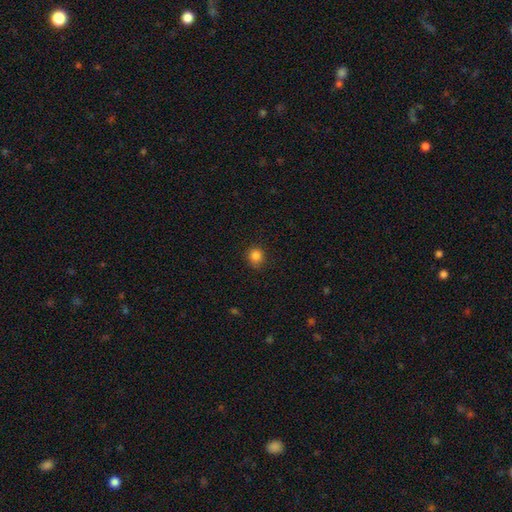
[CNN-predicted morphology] Overall: smooth (84%). How rounded: round (87%). Merging: none (85%).